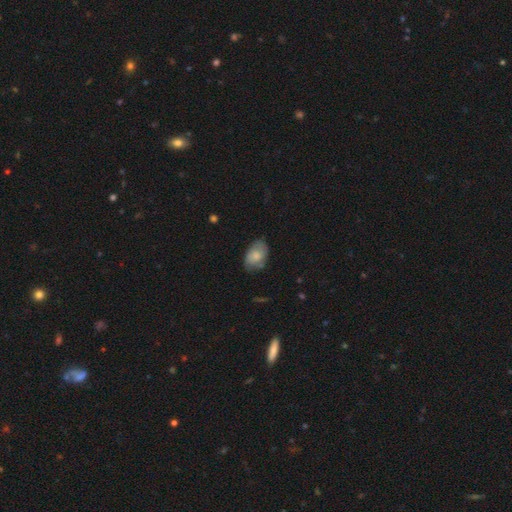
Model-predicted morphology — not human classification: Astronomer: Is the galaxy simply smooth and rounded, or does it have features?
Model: smooth — 68%.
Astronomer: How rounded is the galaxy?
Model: in between — 88%.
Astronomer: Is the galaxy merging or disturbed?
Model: none — 68%.